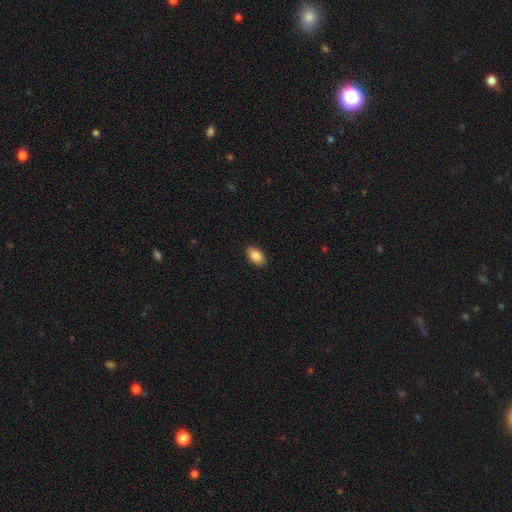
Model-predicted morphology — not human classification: type=smooth (88%); roundness=in between (93%); merging=none (90%).